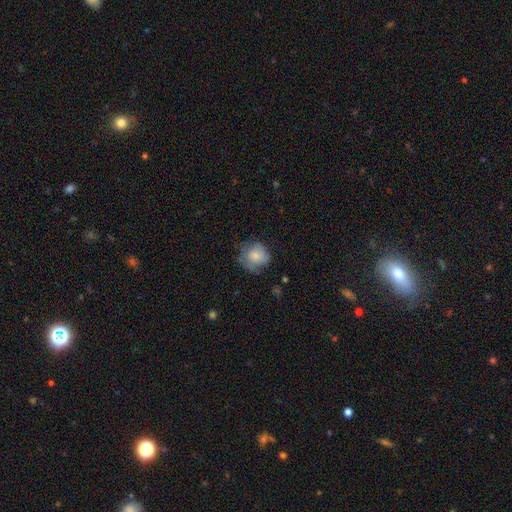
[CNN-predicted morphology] Smooth or featured: smooth — 74% (featured or disk — 18%)
How rounded: round — 82% (in between — 17%)
Merging: none — 58% (minor disturbance — 29%)